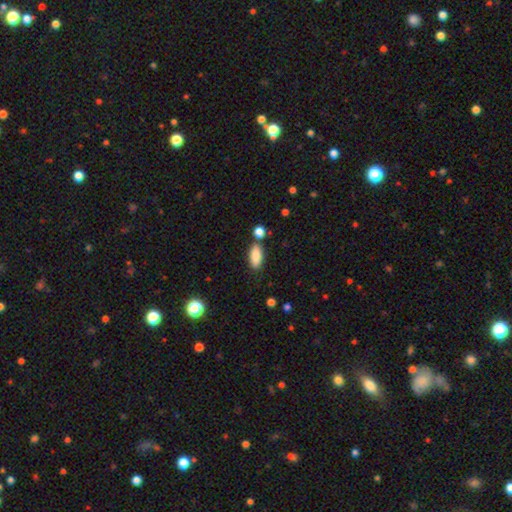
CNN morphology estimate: Overall: smooth (86%). How rounded: in between (81%). Merging: none (75%).